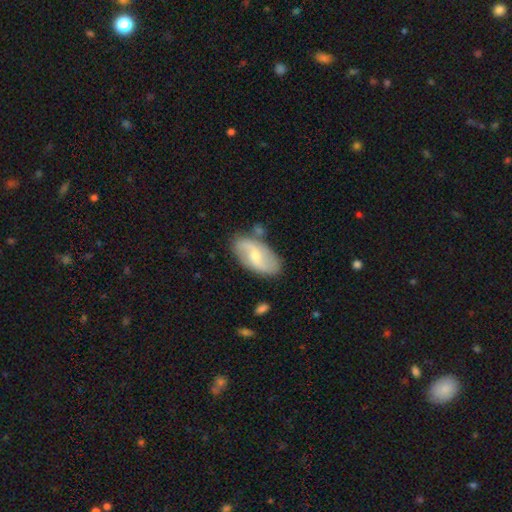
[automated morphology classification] This appears to be a featured or disk galaxy (66%) with a weak bar (47%), 2 (89%) loose (60%) spiral arms (89%) and a small central bulge (52%). Merging: none (77%).